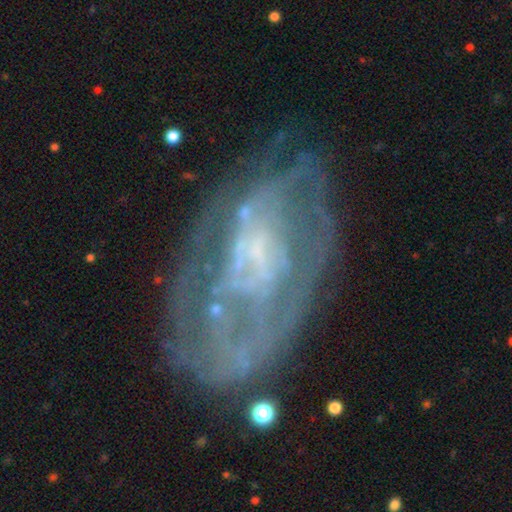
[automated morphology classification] smooth_or_featured: featured or disk (p=0.79) [alt: smooth p=0.13]
disk_edge_on: no (p=0.96) [alt: yes p=0.04]
bar: no (p=0.62) [alt: weak p=0.28]
has_spiral_arms: yes (p=0.64) [alt: no p=0.36]
bulge_size: none (p=0.46) [alt: small p=0.35]
merging: none (p=0.58) [alt: minor disturbance p=0.21]